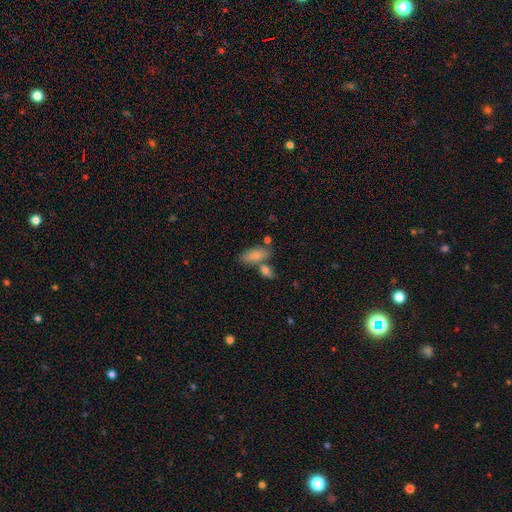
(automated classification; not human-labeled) smooth 82%, featured or disk 11%, star or artifact 7%. Down the decision tree: how rounded — in between (84%); merging — none (56%).